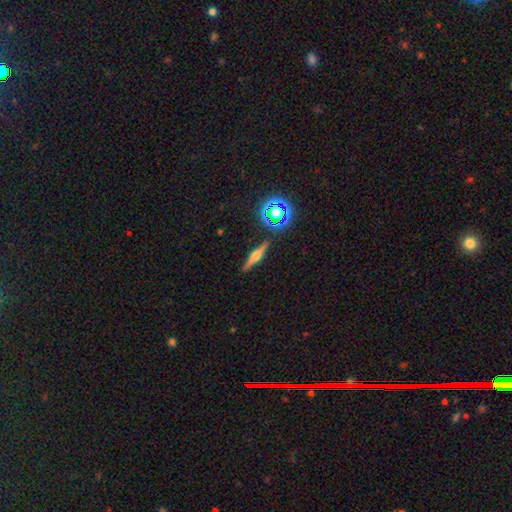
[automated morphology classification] smooth_or_featured: featured or disk (p=0.66) [alt: smooth p=0.23]
disk_edge_on: yes (p=0.97) [alt: no p=0.03]
edge_on_bulge: rounded (p=0.88) [alt: boxy p=0.08]
merging: none (p=0.89) [alt: minor disturbance p=0.07]